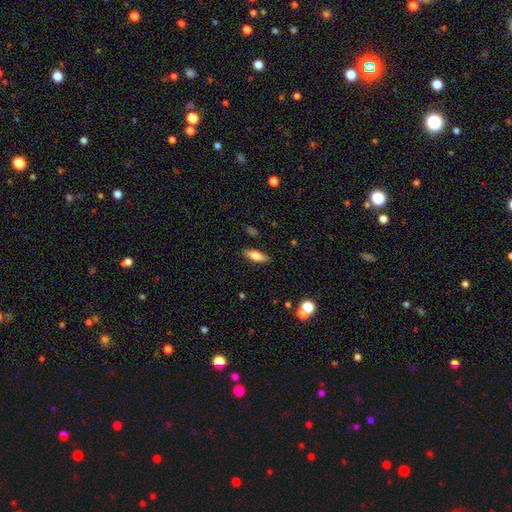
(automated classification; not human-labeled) smooth 72%, featured or disk 20%, star or artifact 7%. Down the decision tree: how rounded — in between (60%); merging — none (85%).